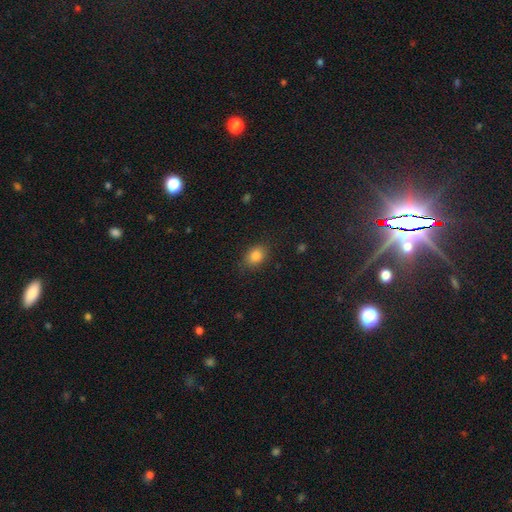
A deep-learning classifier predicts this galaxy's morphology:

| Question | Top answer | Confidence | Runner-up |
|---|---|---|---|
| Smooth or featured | smooth | 84% | star or artifact (10%) |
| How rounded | in between | 69% | round (30%) |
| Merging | none | 82% | minor disturbance (13%) |